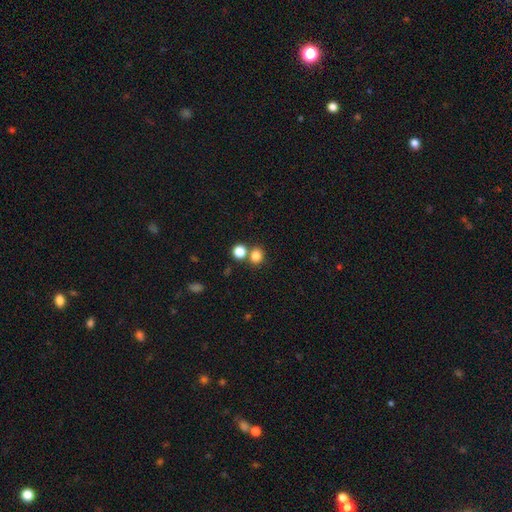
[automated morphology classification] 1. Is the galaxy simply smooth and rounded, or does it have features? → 82% smooth, 13% star or artifact, 5% featured or disk.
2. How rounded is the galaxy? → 76% round, 23% in between, 1% cigar-shaped.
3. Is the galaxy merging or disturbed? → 65% none, 25% merger, 8% minor disturbance, 3% major disturbance.